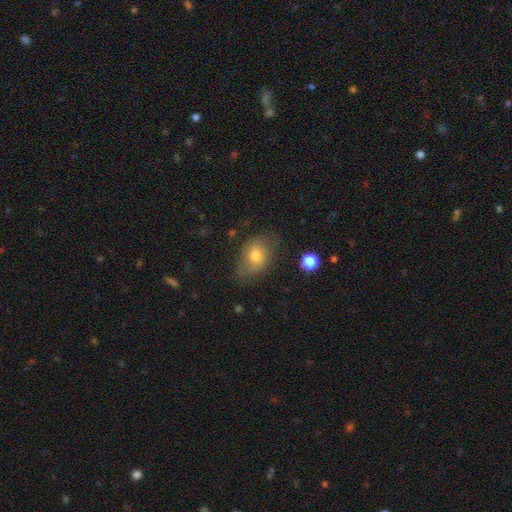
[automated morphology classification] This appears to be a smooth galaxy with no disk features (70%) that is in between round and cigar-shaped (74%). Merging: none (63%).